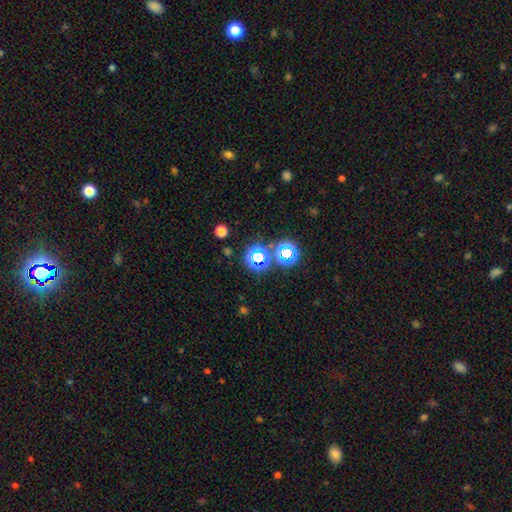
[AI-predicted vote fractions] This is likely a star or artifact rather than a galaxy (63%).